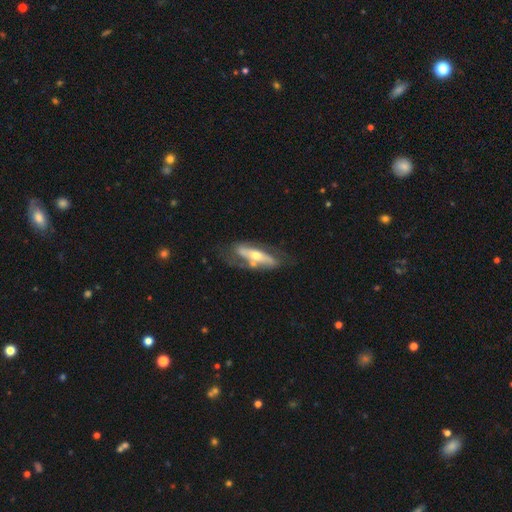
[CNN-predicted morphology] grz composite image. It shows a featured or disk galaxy (71%). Merging: none (56%).